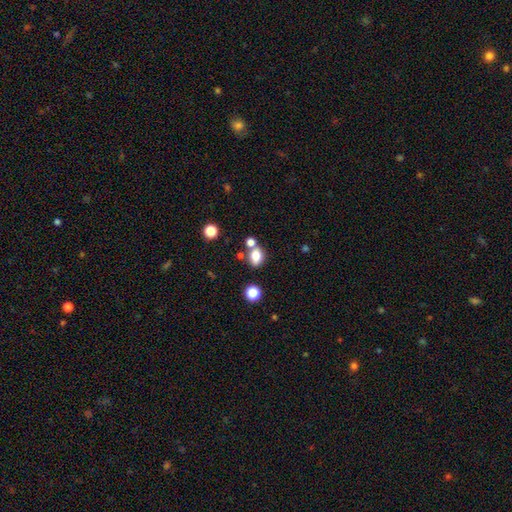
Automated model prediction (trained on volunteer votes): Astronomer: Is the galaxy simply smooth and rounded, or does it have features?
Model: smooth — 80%.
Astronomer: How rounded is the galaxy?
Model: in between — 61% (runner-up: round, 38%).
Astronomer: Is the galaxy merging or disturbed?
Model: none — 62%.